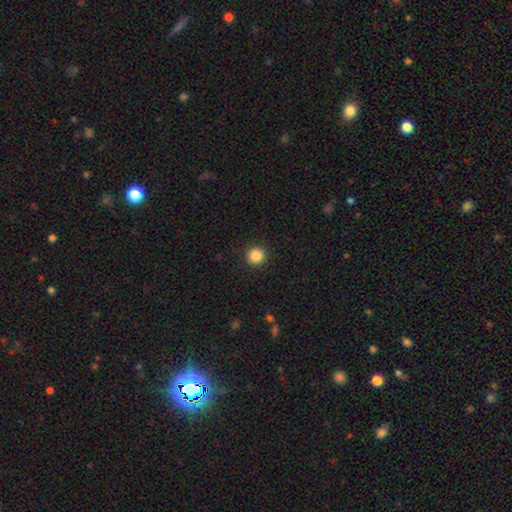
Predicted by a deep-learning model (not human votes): smooth-or-featured: smooth: 86% | star or artifact: 10% | featured or disk: 4%
  how-rounded: round: 95% | in between: 4% | cigar-shaped: 1%
  merging: none: 93% | minor disturbance: 5% | major disturbance: 2% | merger: 1%